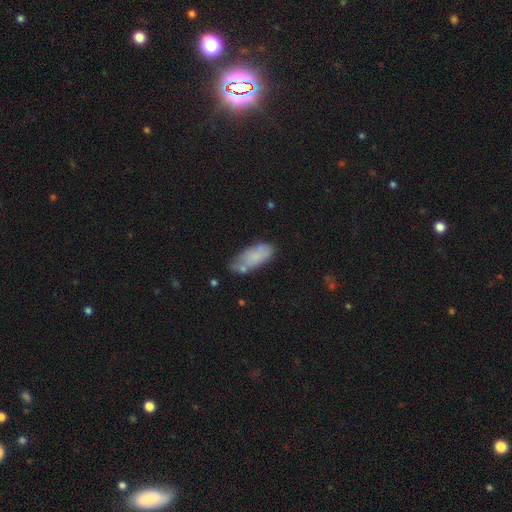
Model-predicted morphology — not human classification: Q: Smooth or featured?
A: smooth (74%); runner-up: featured or disk (19%)
Q: How rounded?
A: in between (86%); runner-up: cigar-shaped (12%)
Q: Merging?
A: none (51%); runner-up: minor disturbance (28%)